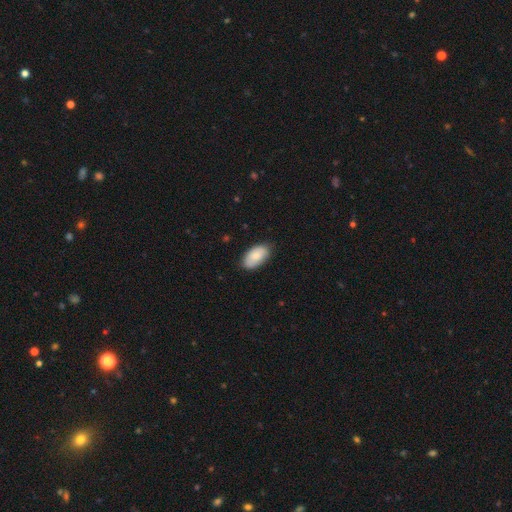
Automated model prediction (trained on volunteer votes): The model was most divided on "merging": none: 82%, minor disturbance: 15%, major disturbance: 2%, merger: 1%. More confident: how rounded — in between (95%); smooth or featured — smooth (81%).